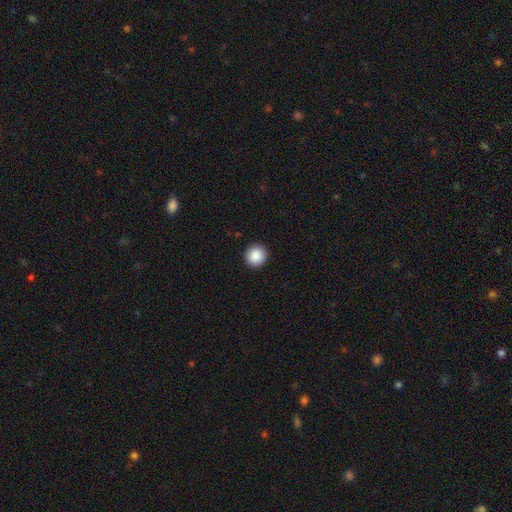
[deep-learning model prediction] Morphology: type=smooth (89%); roundness=round (94%); merging=none (93%).